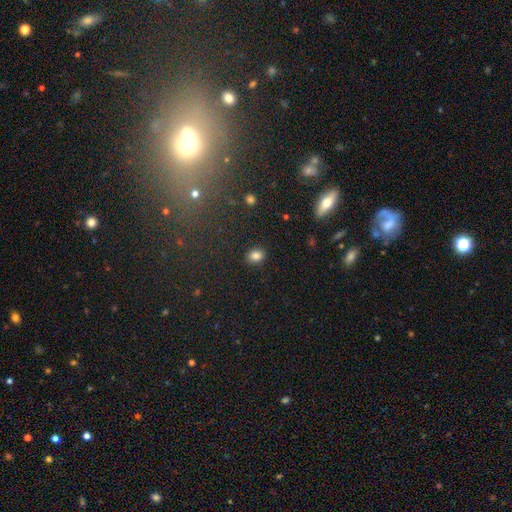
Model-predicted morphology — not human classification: Smooth or featured? Predicted: smooth (p=0.84). How rounded? Predicted: in between (p=0.55). Merging? Predicted: none (p=0.88).